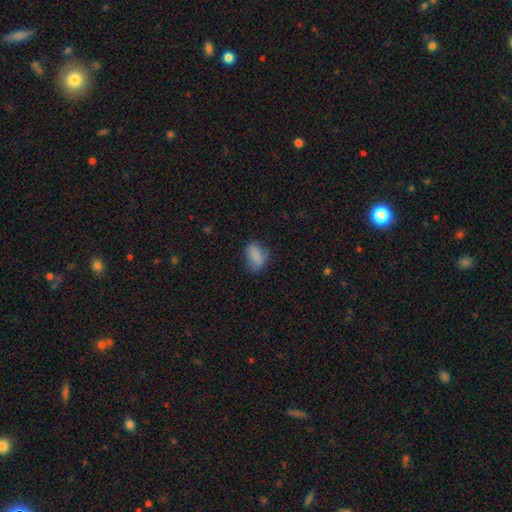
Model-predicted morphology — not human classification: This appears to be a smooth galaxy with no disk features (83%) that is in between round and cigar-shaped (85%). Merging: none (66%).